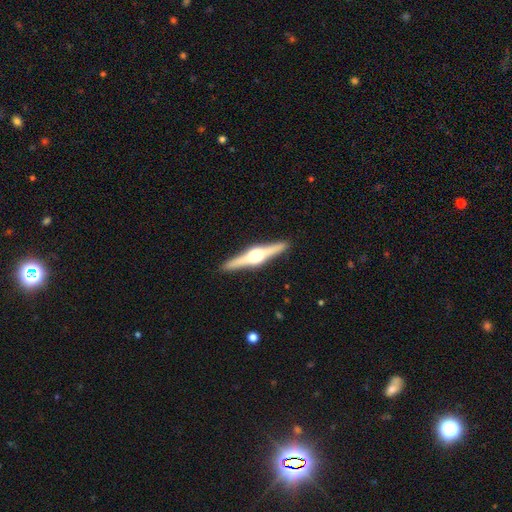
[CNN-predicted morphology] The model was most divided on "smooth or featured": featured or disk: 81%, smooth: 14%, star or artifact: 5%. More confident: edge-on disk — yes (98%); edge-on bulge — rounded (93%); merging — none (92%).